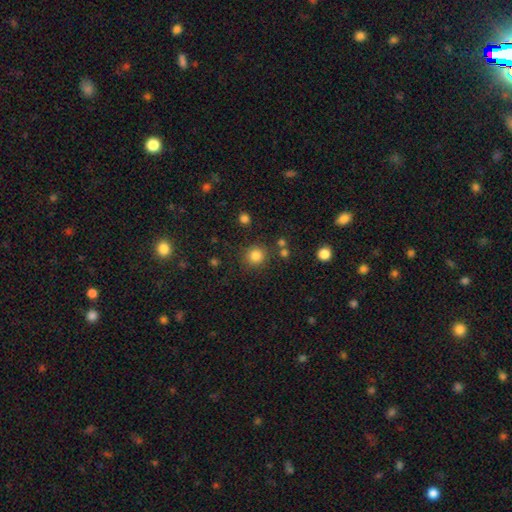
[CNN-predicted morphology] A smooth galaxy with no disk features (83%) that is round (91%). Merging: none (83%).